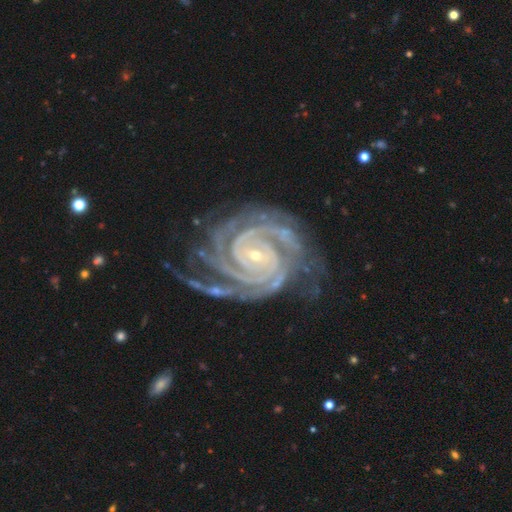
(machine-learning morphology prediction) This appears to be a featured or disk galaxy (94%) with no bar (56%), 2 (28%) tight (84%) spiral arms (99%) and a small central bulge (82%). Merging: none (65%).